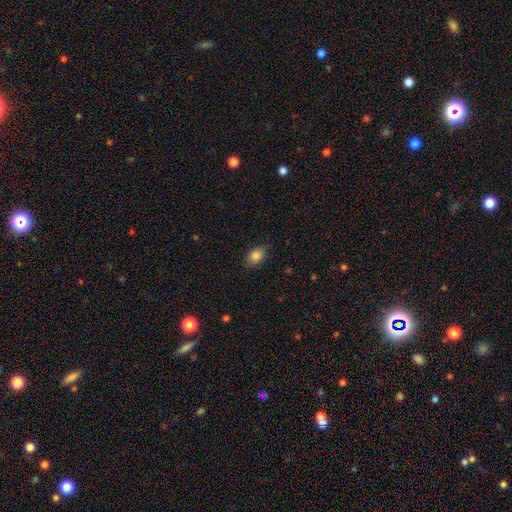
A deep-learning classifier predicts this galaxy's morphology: A smooth galaxy with no disk features (87%) that is in between round and cigar-shaped (78%). Merging: none (84%).